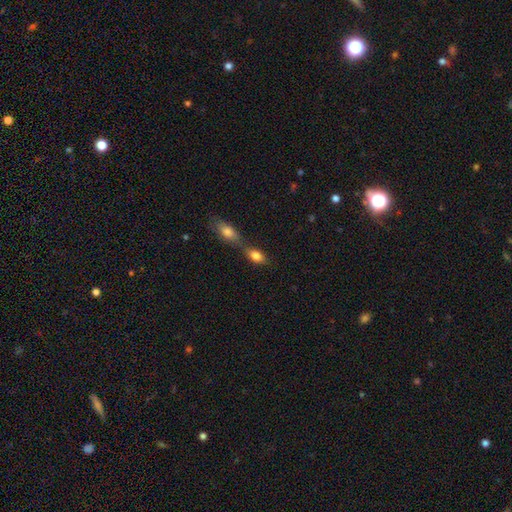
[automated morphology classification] Smooth or featured: smooth — 81% (featured or disk — 10%)
How rounded: in between — 83% (round — 10%)
Merging: merger — 56% (none — 31%)